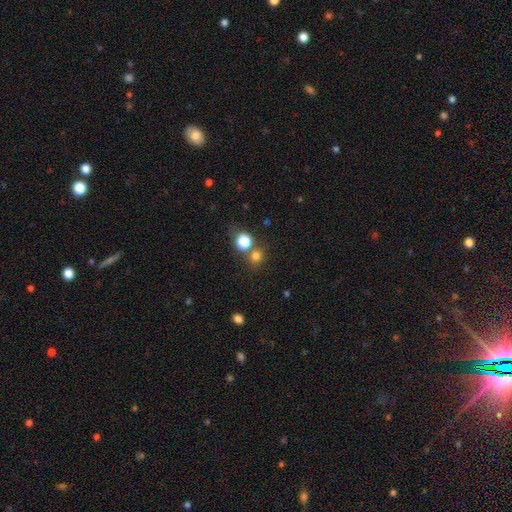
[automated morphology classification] Smooth or featured?
  - smooth: 76% *
  - star or artifact: 18%
  - featured or disk: 6%
How rounded?
  - round: 87% *
  - in between: 12%
  - cigar-shaped: 1%
Merging?
  - none: 65% *
  - merger: 25%
  - minor disturbance: 7%
  - major disturbance: 4%